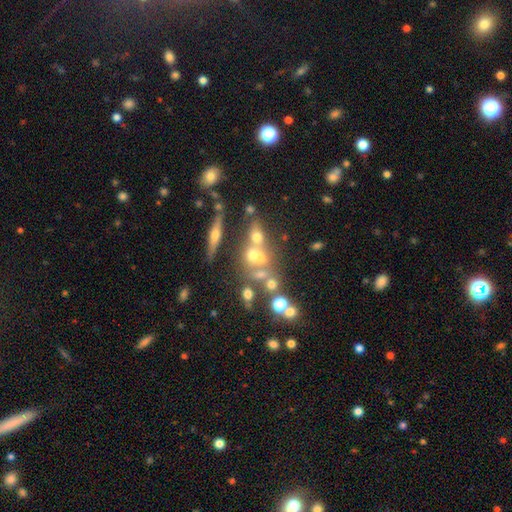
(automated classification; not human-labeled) This is marginally a featured or disk galaxy (42%). Merging: possibly merger (46%).